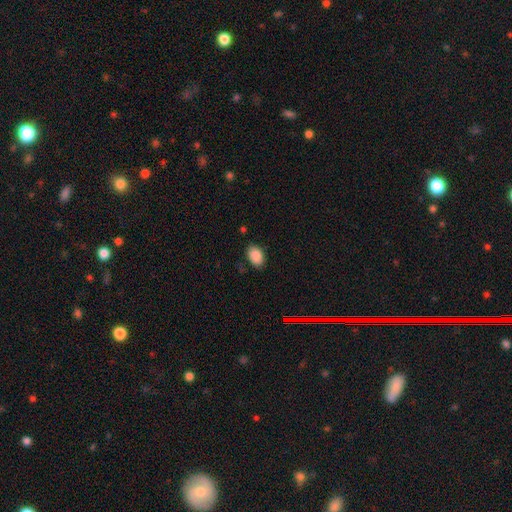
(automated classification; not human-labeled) Morphology: type=smooth (88%); roundness=in between (85%); merging=none (82%).